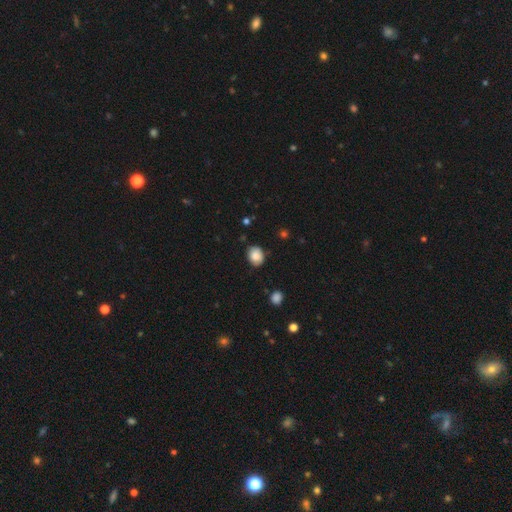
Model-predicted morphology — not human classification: Q: Smooth or featured?
A: smooth (86%); runner-up: star or artifact (9%)
Q: How rounded?
A: round (54%); runner-up: in between (45%)
Q: Merging?
A: none (80%); runner-up: minor disturbance (15%)